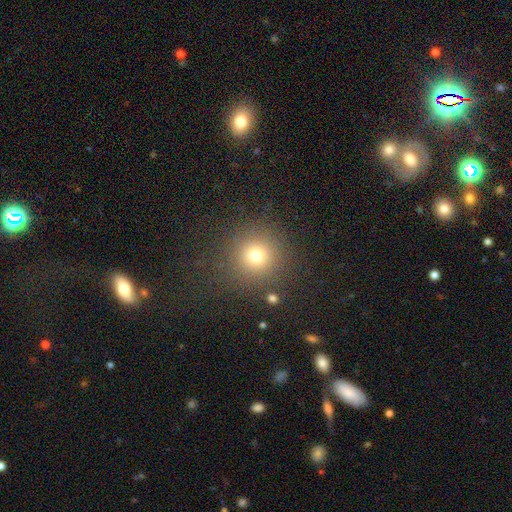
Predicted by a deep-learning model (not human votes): smooth-or-featured: smooth: 73% | star or artifact: 18% | featured or disk: 9%
  how-rounded: round: 94% | in between: 5% | cigar-shaped: 1%
  merging: none: 86% | minor disturbance: 7% | major disturbance: 5% | merger: 2%